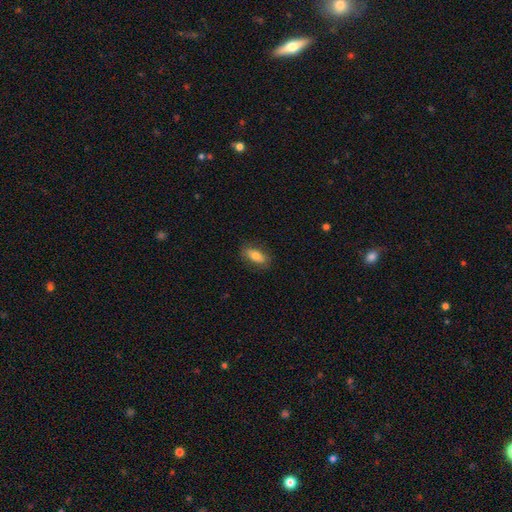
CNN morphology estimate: smooth 75%, featured or disk 18%, star or artifact 7%. Down the decision tree: how rounded — in between (86%); merging — none (82%).